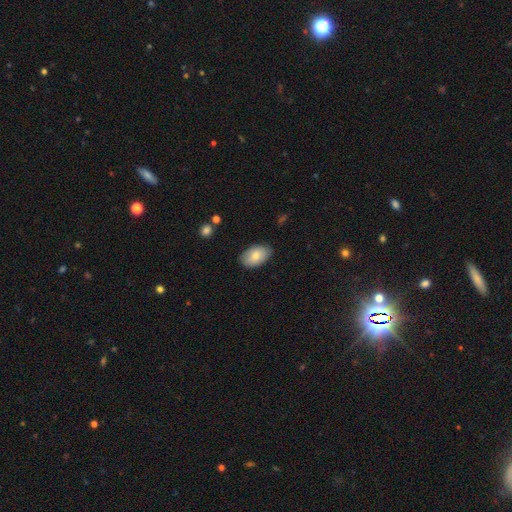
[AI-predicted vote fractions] Overall: smooth (79%). How rounded: in between (93%). Merging: none (83%).